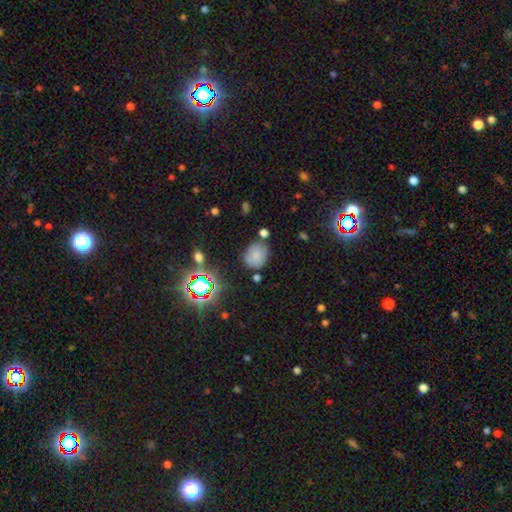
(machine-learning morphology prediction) smooth-or-featured: smooth: 73% | star or artifact: 16% | featured or disk: 11%
  how-rounded: round: 69% | in between: 30% | cigar-shaped: 1%
  merging: none: 72% | minor disturbance: 16% | merger: 7% | major disturbance: 4%